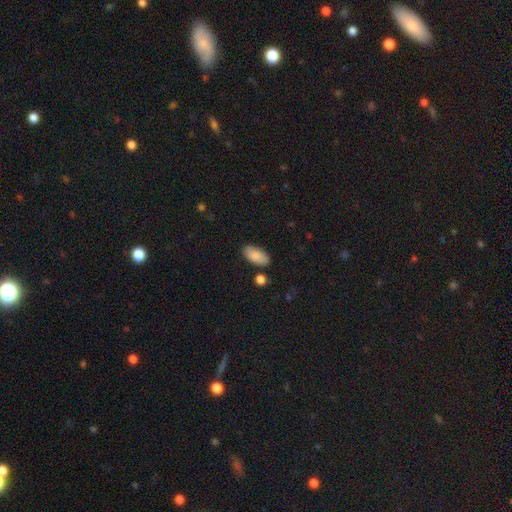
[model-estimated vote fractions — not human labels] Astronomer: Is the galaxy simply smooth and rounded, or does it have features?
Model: smooth — 86%.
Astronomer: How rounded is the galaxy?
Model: in between — 93%.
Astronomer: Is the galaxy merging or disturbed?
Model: none — 81%.